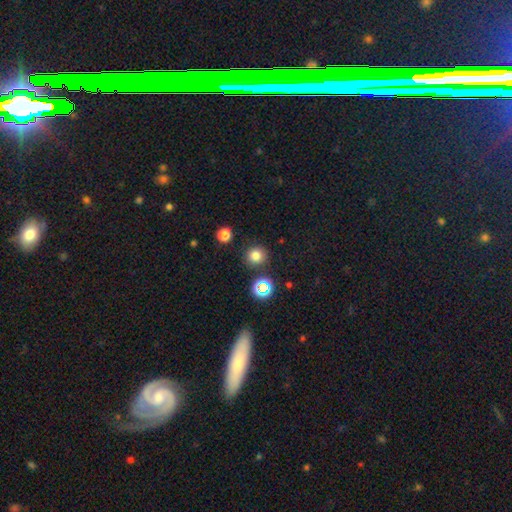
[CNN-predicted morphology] This is likely a smooth galaxy (76%). How rounded: clearly round (91%). Merging: clearly none (86%).